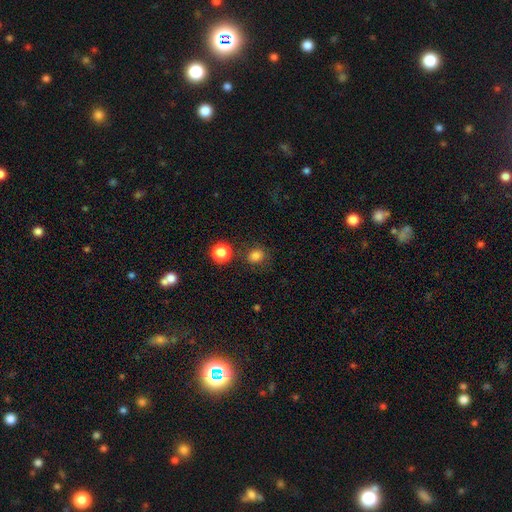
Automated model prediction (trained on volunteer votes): Smooth or featured? Predicted: smooth (p=0.81). How rounded? Predicted: round (p=0.74). Merging? Predicted: none (p=0.76).